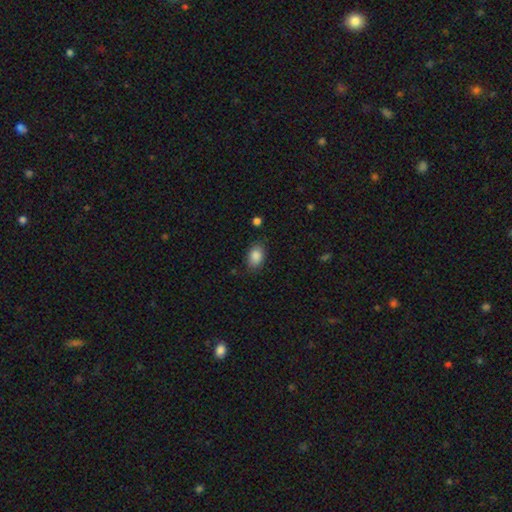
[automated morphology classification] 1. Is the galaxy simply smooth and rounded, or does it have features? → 87% smooth, 8% star or artifact, 5% featured or disk.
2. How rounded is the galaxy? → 82% in between, 16% round, 1% cigar-shaped.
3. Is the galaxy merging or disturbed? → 81% none, 14% minor disturbance, 3% major disturbance, 2% merger.